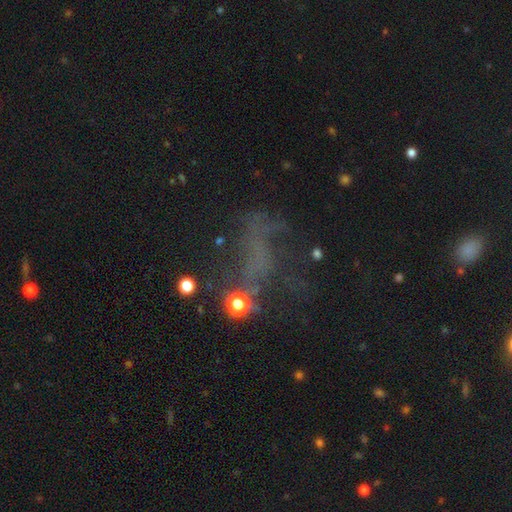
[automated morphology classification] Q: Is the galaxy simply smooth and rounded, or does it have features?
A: star or artifact — 43%.